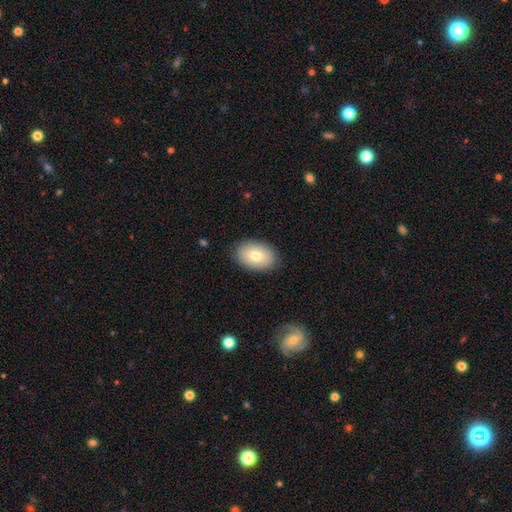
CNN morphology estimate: smooth-or-featured: smooth: 78% | featured or disk: 15% | star or artifact: 7%
  how-rounded: in between: 86% | round: 13% | cigar-shaped: 1%
  merging: none: 87% | minor disturbance: 9% | major disturbance: 2% | merger: 1%